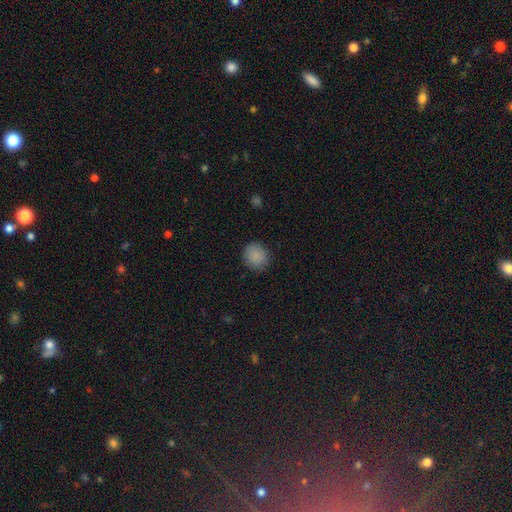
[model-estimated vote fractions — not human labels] smooth 87%, star or artifact 9%, featured or disk 4%. Down the decision tree: how rounded — round (78%); merging — none (85%).